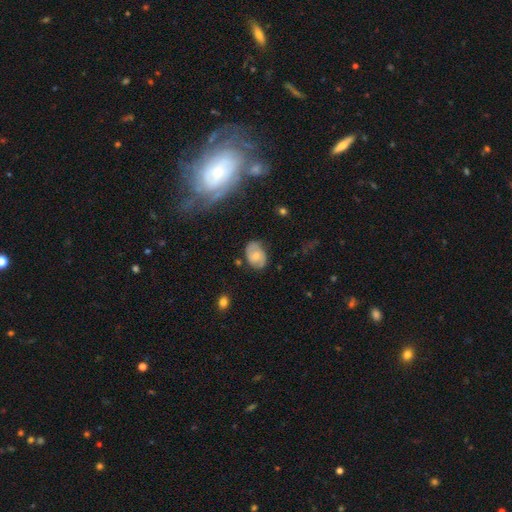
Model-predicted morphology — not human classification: Smooth or featured?
  - featured or disk: 48% *
  - smooth: 44%
  - star or artifact: 8%
Merging?
  - none: 68% *
  - minor disturbance: 23%
  - major disturbance: 7%
  - merger: 2%